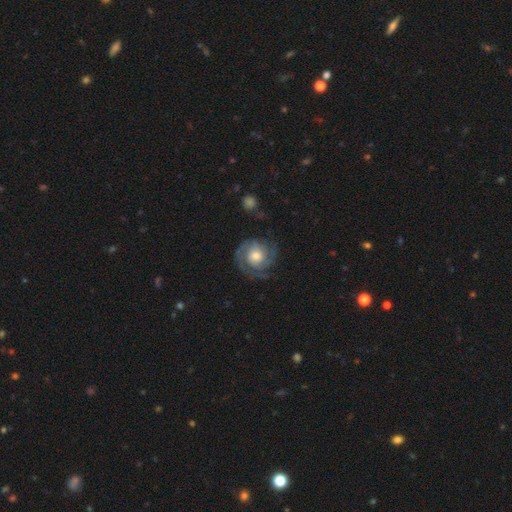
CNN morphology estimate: Smooth or featured?
  - featured or disk: 81% *
  - smooth: 14%
  - star or artifact: 5%
Edge-on disk?
  - no: 98% *
  - yes: 2%
Bar?
  - no: 76% *
  - weak: 20%
  - strong: 3%
Spiral arms?
  - yes: 95% *
  - no: 5%
Spiral winding?
  - tight: 64% *
  - medium: 29%
  - loose: 7%
Spiral arm count?
  - 2: 42% *
  - 3: 22%
  - can't tell: 19%
  - 1: 7%
  - 4: 6%
  - more than 4: 5%
Bulge size?
  - moderate: 60% *
  - large: 24%
  - small: 12%
  - none: 2%
  - dominant: 2%
Merging?
  - none: 74% *
  - minor disturbance: 16%
  - major disturbance: 8%
  - merger: 2%